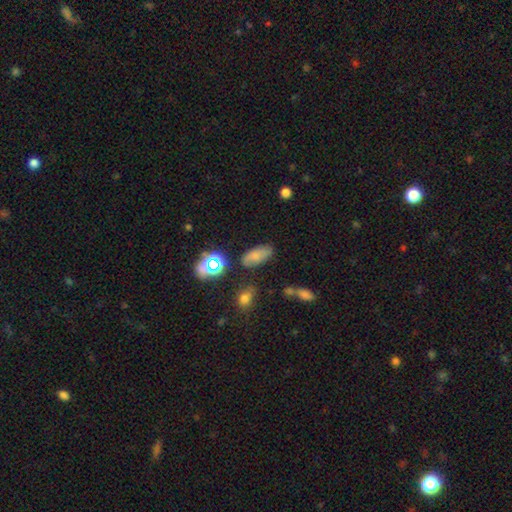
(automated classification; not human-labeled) smooth_or_featured: smooth (p=0.70) [alt: star or artifact p=0.17]
how_rounded: in between (p=0.88) [alt: cigar-shaped p=0.06]
merging: none (p=0.74) [alt: minor disturbance p=0.17]